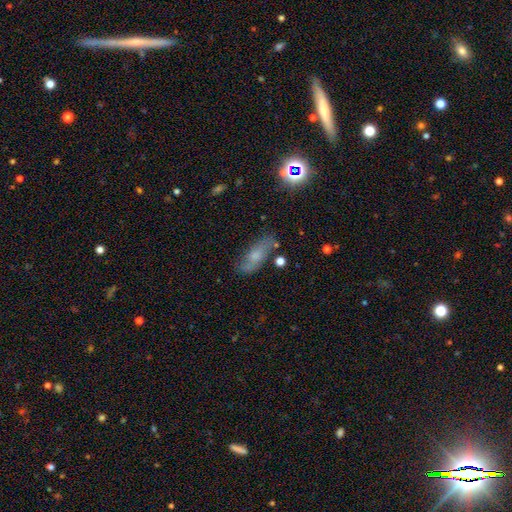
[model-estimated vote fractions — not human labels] smooth-or-featured: smooth: 52% | featured or disk: 35% | star or artifact: 13%
  how-rounded: in between: 70% | cigar-shaped: 25% | round: 5%
  merging: none: 70% | minor disturbance: 20% | major disturbance: 6% | merger: 4%